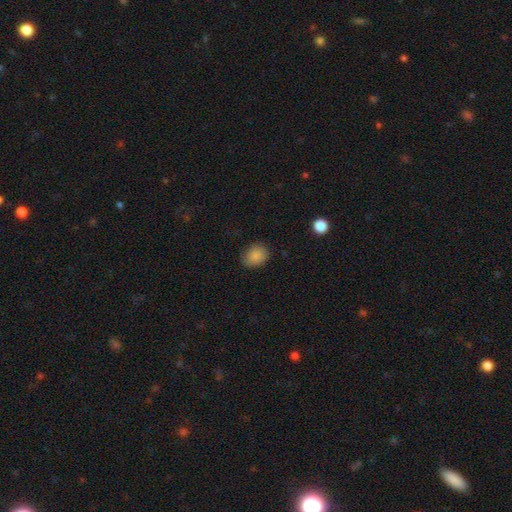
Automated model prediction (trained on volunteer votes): This is clearly a smooth galaxy (86%). How rounded: possibly in between (52%). Merging: likely none (78%).